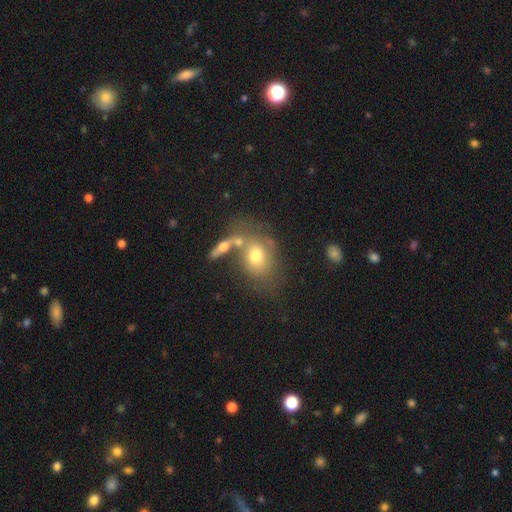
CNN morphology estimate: This is likely a smooth galaxy (65%). How rounded: likely in between (60%). Merging: marginally none (42%).